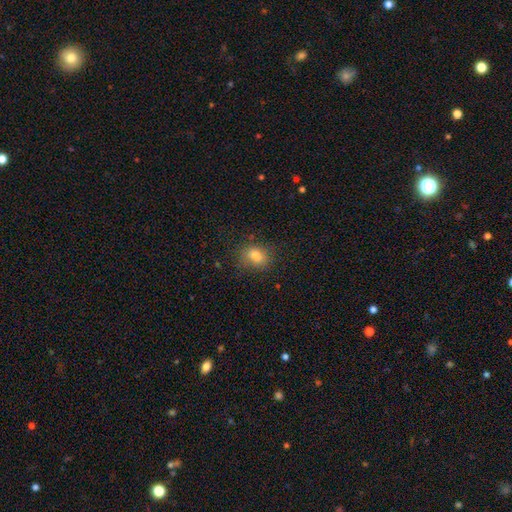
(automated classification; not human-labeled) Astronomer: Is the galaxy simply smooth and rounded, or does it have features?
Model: smooth — 80%.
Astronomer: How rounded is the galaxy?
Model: in between — 57% (runner-up: round, 41%).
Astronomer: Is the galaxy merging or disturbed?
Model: none — 78%.